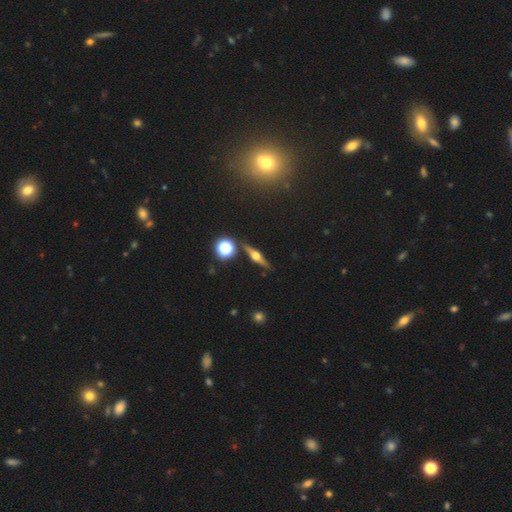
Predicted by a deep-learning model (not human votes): Smooth or featured? Predicted: featured or disk (p=0.72). Edge-on disk? Predicted: yes (p=0.96). Edge-on bulge? Predicted: rounded (p=0.95). Merging? Predicted: none (p=0.87).